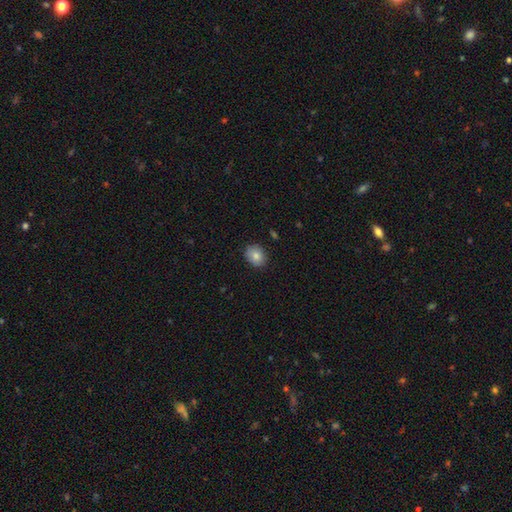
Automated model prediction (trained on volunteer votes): Smooth or featured?
  - smooth: 83% *
  - star or artifact: 9%
  - featured or disk: 8%
How rounded?
  - round: 57% *
  - in between: 42%
  - cigar-shaped: 1%
Merging?
  - none: 87% *
  - minor disturbance: 10%
  - major disturbance: 2%
  - merger: 1%